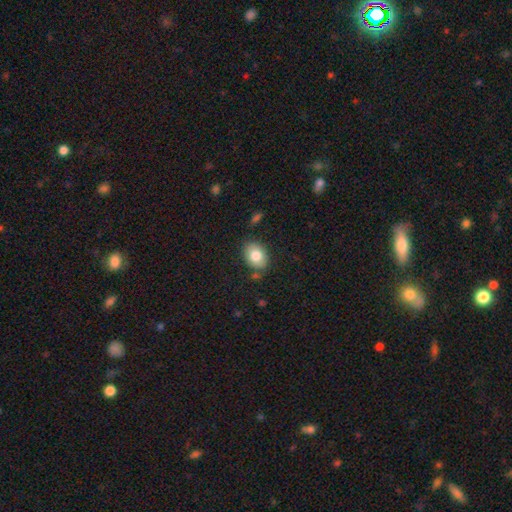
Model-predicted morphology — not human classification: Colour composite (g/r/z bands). It shows a smooth galaxy with no disk features (81%) that is in between round and cigar-shaped (72%). Merging: none (80%).